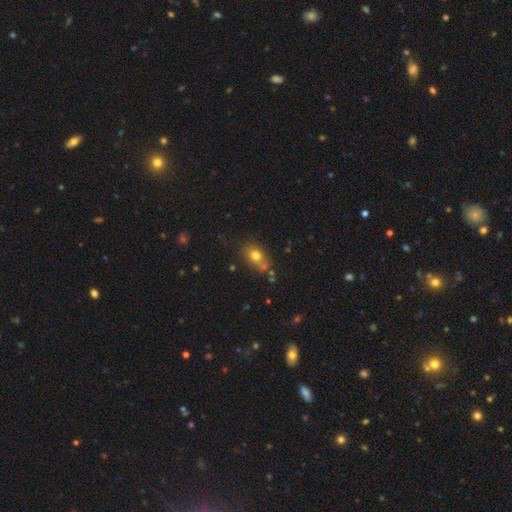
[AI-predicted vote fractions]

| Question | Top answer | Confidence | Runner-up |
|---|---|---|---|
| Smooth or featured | smooth | 74% | featured or disk (13%) |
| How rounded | in between | 64% | round (34%) |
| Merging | none | 60% | minor disturbance (20%) |